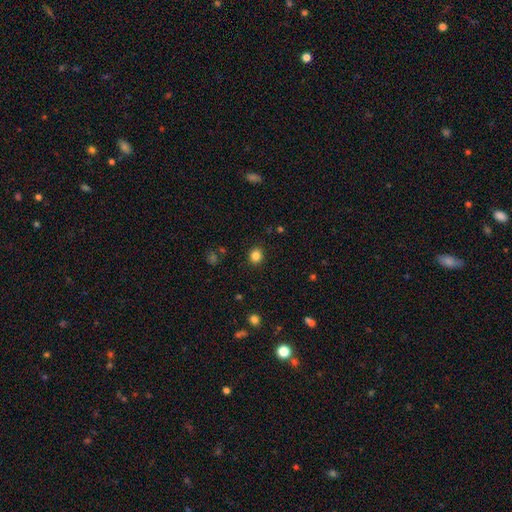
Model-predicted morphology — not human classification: Q: Smooth or featured?
A: smooth (84%); runner-up: star or artifact (12%)
Q: How rounded?
A: round (83%); runner-up: in between (16%)
Q: Merging?
A: none (91%); runner-up: minor disturbance (6%)